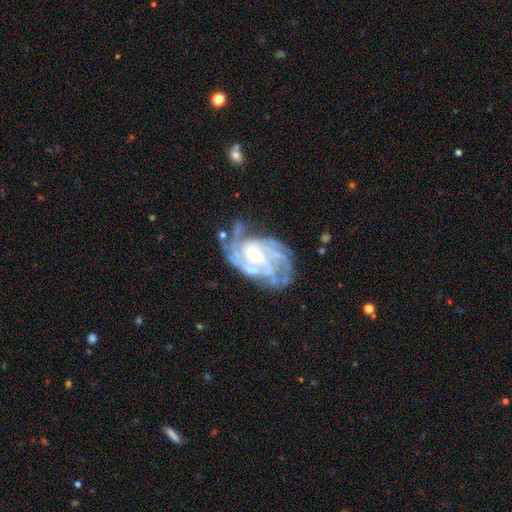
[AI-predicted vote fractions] The model was most divided on "spiral arm count": 4: 29%, 3: 21%, can't tell: 19%, 2: 12%, more than 4: 11%, 1: 6%. More confident: spiral arms — yes (97%); edge-on disk — no (97%); smooth or featured — featured or disk (90%); bulge size — small (70%); bar — no (64%); merging — none (63%); spiral winding — tight (60%).